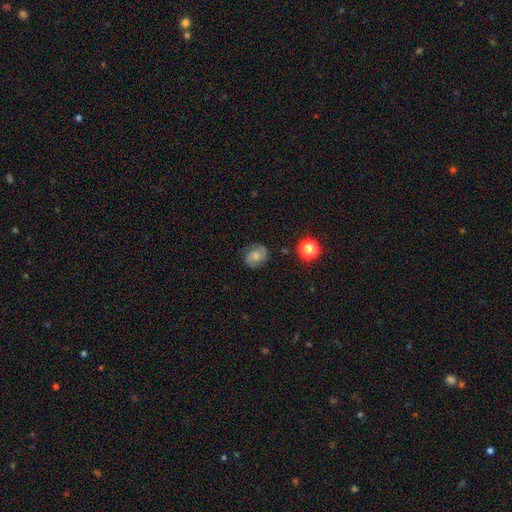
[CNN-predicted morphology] Smooth or featured: featured or disk — 44% (tied with smooth — 44%)
Merging: none — 79% (minor disturbance — 15%)